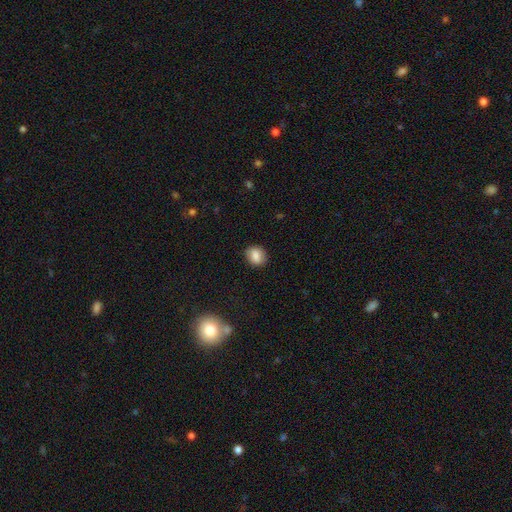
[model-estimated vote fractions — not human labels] A smooth galaxy with no disk features (81%) that is round (59%). Merging: none (85%).